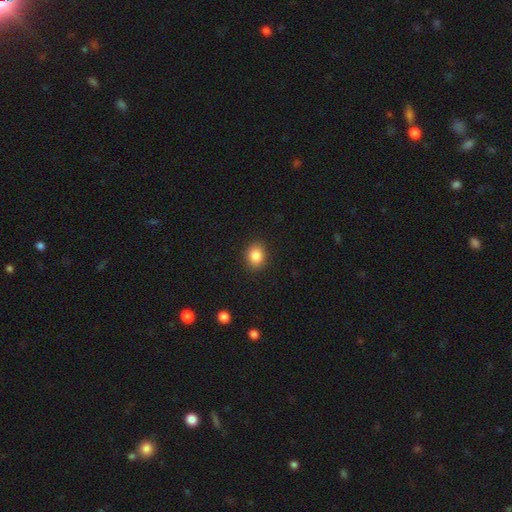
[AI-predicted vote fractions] The model was most divided on "how rounded": round: 53%, in between: 46%, cigar-shaped: 1%. More confident: merging — none (89%); smooth or featured — smooth (86%).